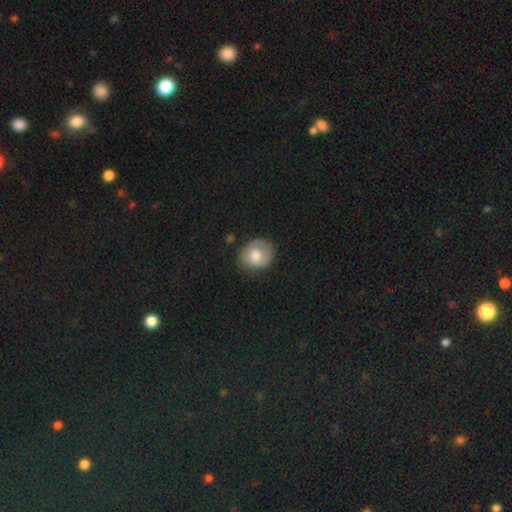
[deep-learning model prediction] A smooth galaxy with no disk features (57%) that is round (72%).

Vote fractions:
- Smooth or featured? smooth: 57% / featured or disk: 37% / star or artifact: 6%
- How rounded? round: 72% / in between: 28% / cigar-shaped: 1%
- Merging? none: 68% / minor disturbance: 22% / major disturbance: 8% / merger: 2%